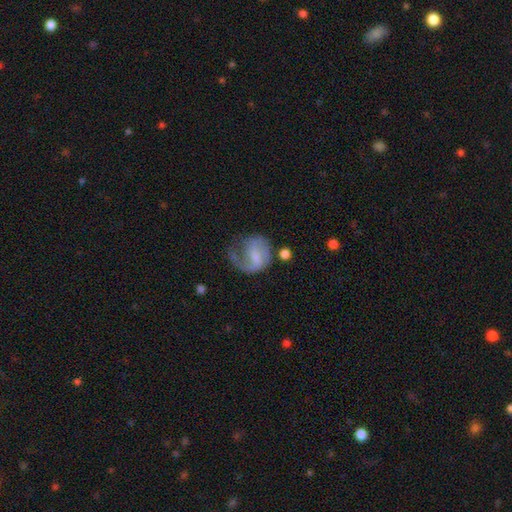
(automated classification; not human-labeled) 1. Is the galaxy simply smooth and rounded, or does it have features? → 64% featured or disk, 28% smooth, 7% star or artifact.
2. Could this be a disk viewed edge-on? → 98% no, 2% yes.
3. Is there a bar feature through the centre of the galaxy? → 50% weak, 32% no, 17% strong.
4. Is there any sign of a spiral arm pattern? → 84% yes, 16% no.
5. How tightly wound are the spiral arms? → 41% medium, 39% loose, 20% tight.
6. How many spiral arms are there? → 55% 1, 33% 2, 8% can't tell, 2% 3, 1% 4, 1% more than 4.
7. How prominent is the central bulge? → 37% small, 33% none, 24% moderate, 5% large, 1% dominant.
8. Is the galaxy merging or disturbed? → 36% major disturbance (tied), 36% none (tied), 22% minor disturbance, 5% merger.